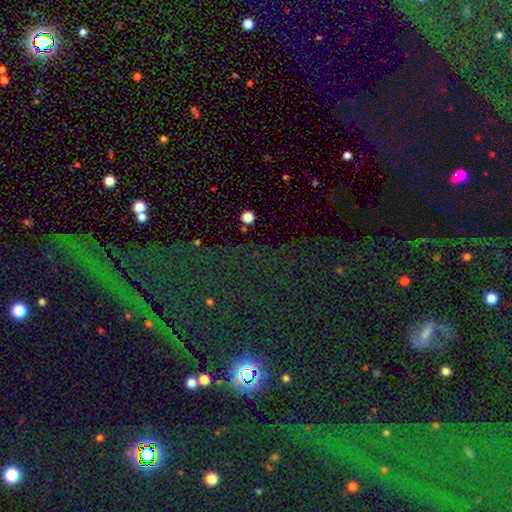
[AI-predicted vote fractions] This appears to be a star or artifact, not a galaxy (78%).